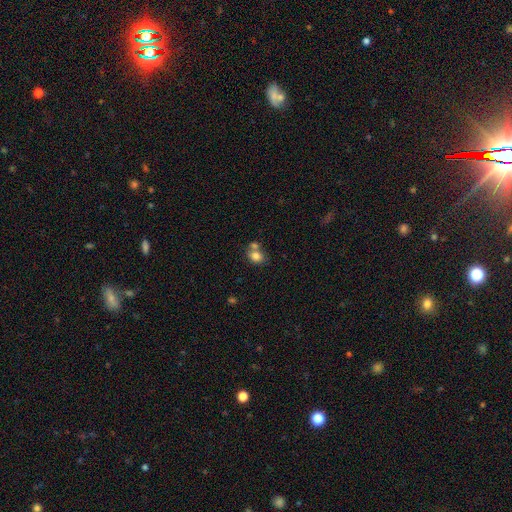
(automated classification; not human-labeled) This appears to be a smooth galaxy with no disk features (80%) that is round (51%). Merging: none (46%).